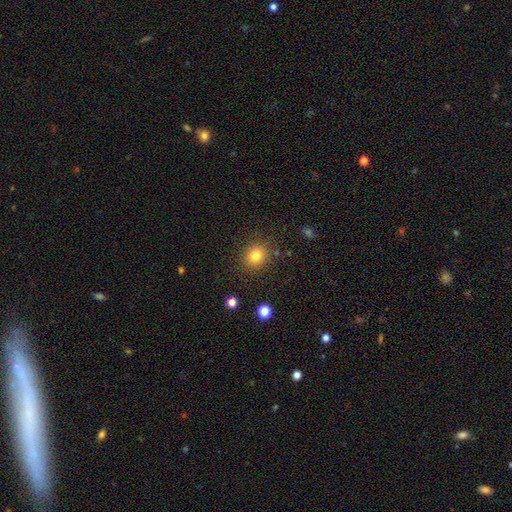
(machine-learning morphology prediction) A smooth galaxy with no disk features (81%) that is round (76%). Merging: none (86%).